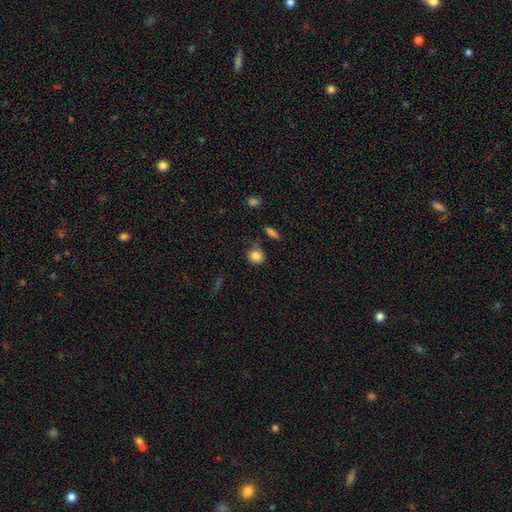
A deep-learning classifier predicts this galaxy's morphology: Overall: smooth (84%). How rounded: round (80%). Merging: none (68%).